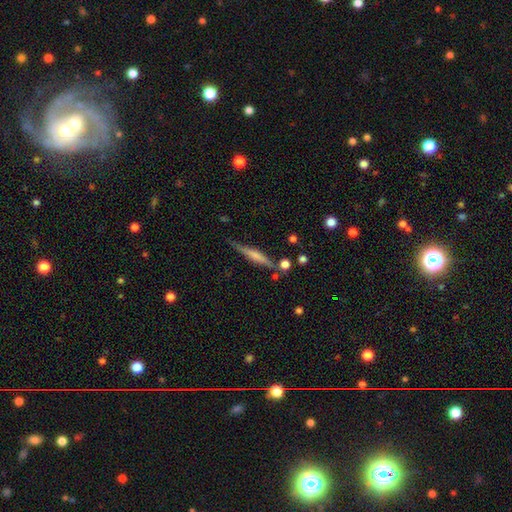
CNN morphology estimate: smooth_or_featured: featured or disk (p=0.56) [alt: smooth p=0.37]
disk_edge_on: yes (p=0.96) [alt: no p=0.04]
edge_on_bulge: rounded (p=0.45) [alt: none p=0.29]
merging: none (p=0.75) [alt: minor disturbance p=0.15]